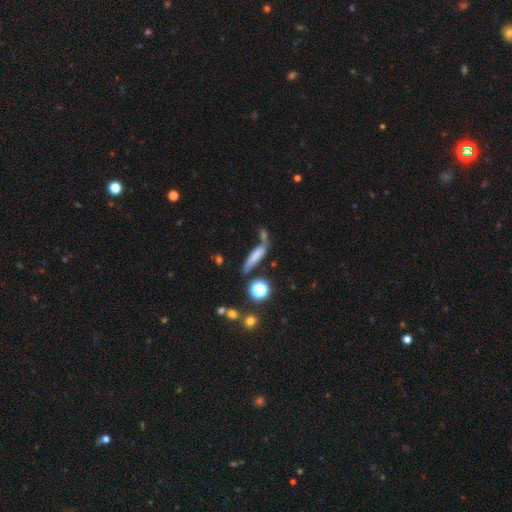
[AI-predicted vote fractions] Smooth or featured: smooth — 68% (featured or disk — 20%)
How rounded: cigar-shaped — 72% (in between — 24%)
Merging: none — 51% (merger — 23%)